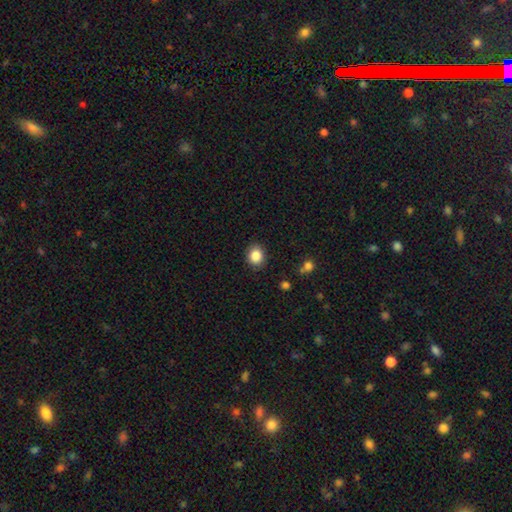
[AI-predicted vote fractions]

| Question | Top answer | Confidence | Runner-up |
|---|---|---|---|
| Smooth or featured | smooth | 86% | star or artifact (9%) |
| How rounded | round | 63% | in between (36%) |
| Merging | none | 87% | minor disturbance (9%) |